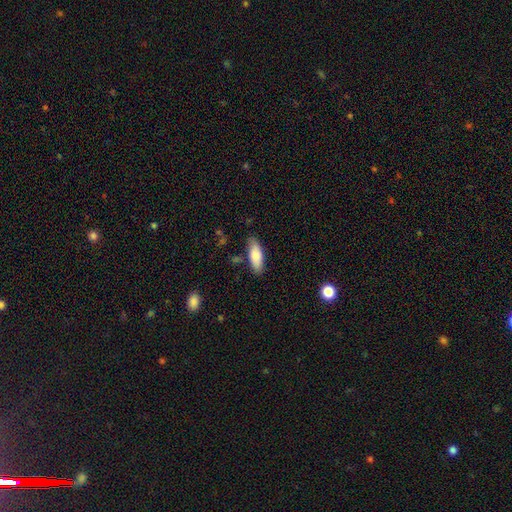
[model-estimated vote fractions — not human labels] A smooth galaxy with no disk features (84%) that is in between round and cigar-shaped (72%).

Vote fractions:
- Smooth or featured? smooth: 84% / featured or disk: 10% / star or artifact: 6%
- How rounded? in between: 72% / cigar-shaped: 26% / round: 2%
- Merging? none: 80% / minor disturbance: 14% / major disturbance: 3% / merger: 3%